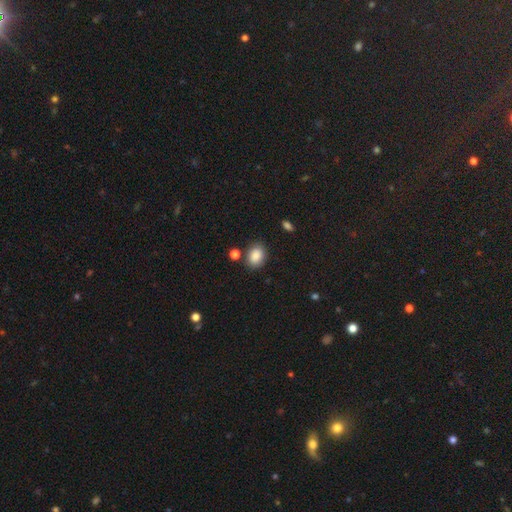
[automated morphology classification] This is clearly a smooth galaxy (87%). How rounded: likely in between (61%). Merging: likely none (78%).